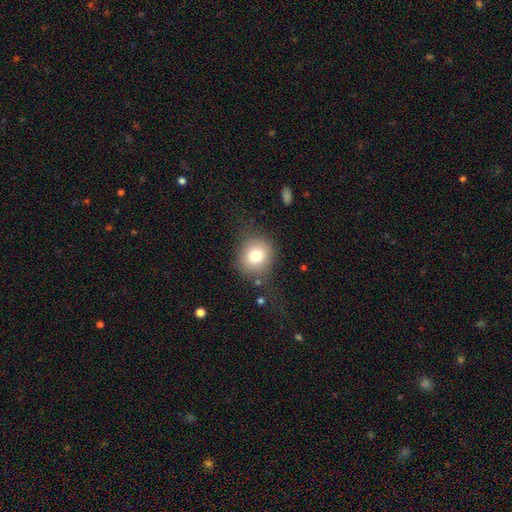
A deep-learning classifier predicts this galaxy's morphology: type=smooth (76%); roundness=round (83%); merging=none (78%).